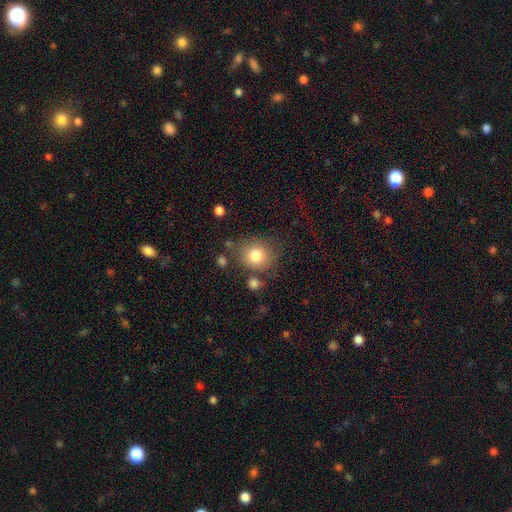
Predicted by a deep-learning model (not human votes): Smooth or featured? smooth (80%)
How rounded? round (82%)
Merging? none (73%)